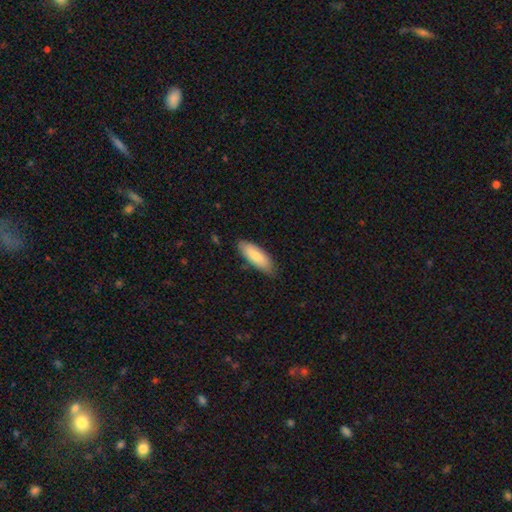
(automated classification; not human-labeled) Smooth or featured? Predicted: smooth (p=0.80). How rounded? Predicted: in between (p=0.71). Merging? Predicted: none (p=0.81).